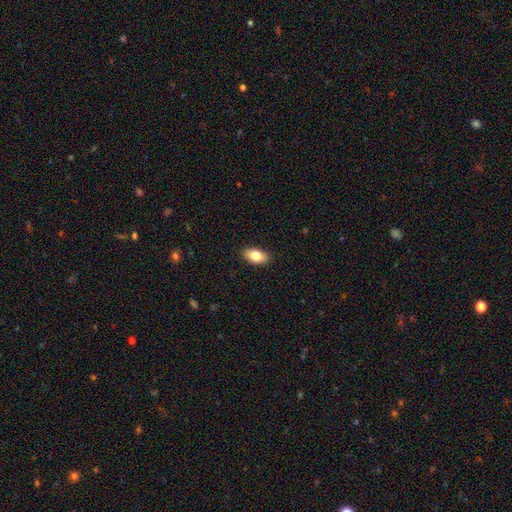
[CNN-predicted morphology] Smooth or featured?
  - smooth: 81% *
  - featured or disk: 12%
  - star or artifact: 7%
How rounded?
  - in between: 92% *
  - round: 6%
  - cigar-shaped: 3%
Merging?
  - none: 89% *
  - minor disturbance: 8%
  - major disturbance: 2%
  - merger: 1%